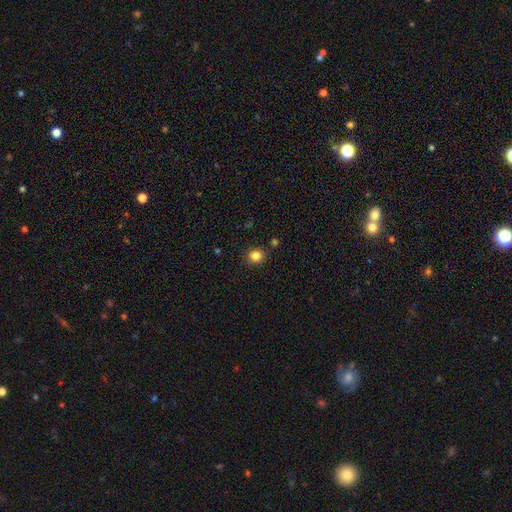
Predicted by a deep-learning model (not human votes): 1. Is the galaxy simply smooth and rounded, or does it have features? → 83% smooth, 12% star or artifact, 5% featured or disk.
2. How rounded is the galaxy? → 80% round, 19% in between, 1% cigar-shaped.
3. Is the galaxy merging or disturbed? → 88% none, 8% minor disturbance, 3% merger, 2% major disturbance.